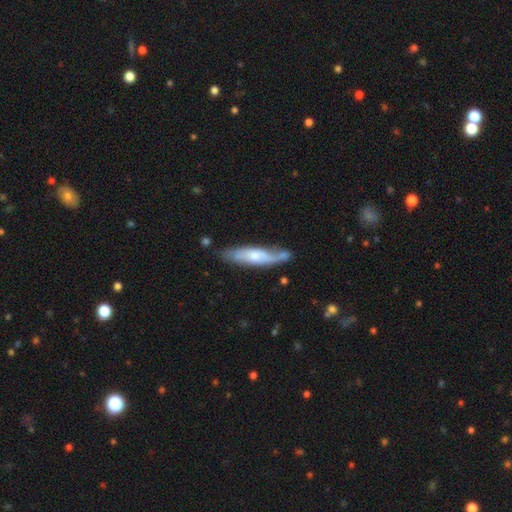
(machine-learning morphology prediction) Overall: featured or disk (49%; smooth 46%). Merging: none (64%).